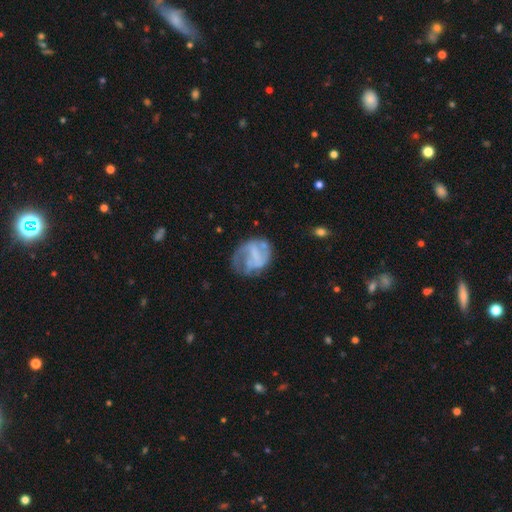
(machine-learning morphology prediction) Overall: featured or disk (63%; smooth 29%). Edge-on disk: no (98%). Bar: weak (39%; no 33%). Spiral arms: yes (59%; no 41%). Bulge size: none (58%; small 22%). Merging: none (45%; minor disturbance 26%).